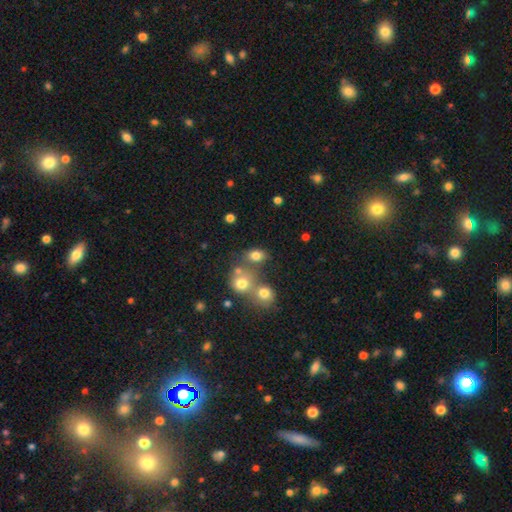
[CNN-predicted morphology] This is likely a smooth galaxy (76%). How rounded: likely in between (60%). Merging: possibly none (53%).